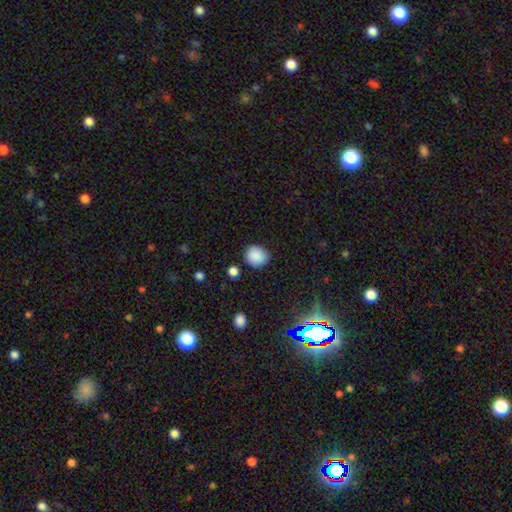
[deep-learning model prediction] smooth_or_featured: smooth (p=0.87) [alt: star or artifact p=0.10]
how_rounded: round (p=0.80) [alt: in between p=0.20]
merging: none (p=0.84) [alt: minor disturbance p=0.11]